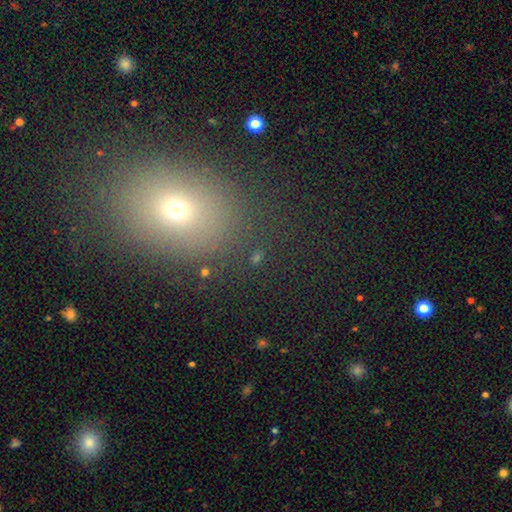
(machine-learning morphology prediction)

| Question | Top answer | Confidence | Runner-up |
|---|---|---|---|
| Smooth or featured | smooth | 51% | star or artifact (36%) |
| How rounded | round | 66% | in between (31%) |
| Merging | none | 79% | minor disturbance (10%) |